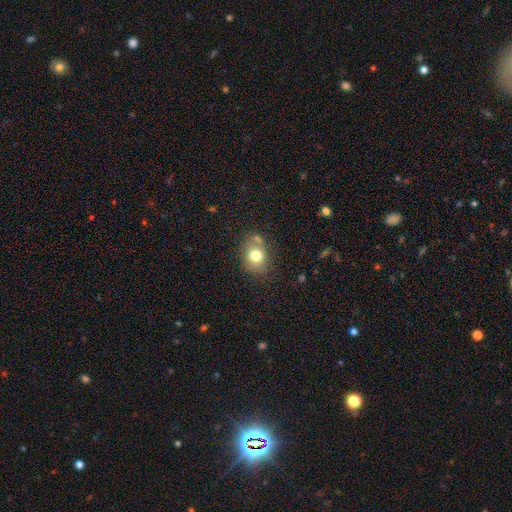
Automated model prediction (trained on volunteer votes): Smooth or featured?
  - smooth: 75% *
  - featured or disk: 13%
  - star or artifact: 11%
How rounded?
  - round: 59% *
  - in between: 40%
  - cigar-shaped: 1%
Merging?
  - none: 64% *
  - minor disturbance: 17%
  - merger: 13%
  - major disturbance: 5%